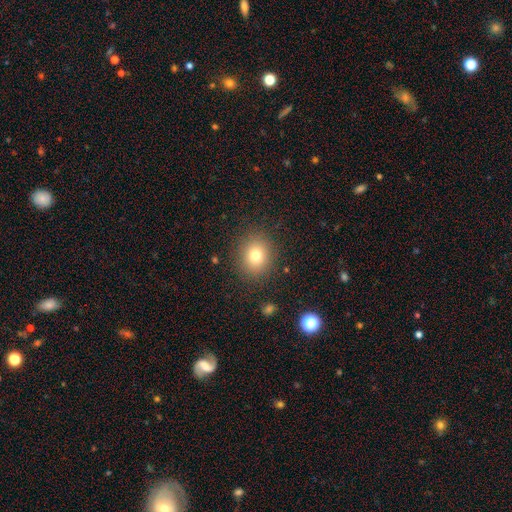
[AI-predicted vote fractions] smooth 77%, star or artifact 13%, featured or disk 10%. Down the decision tree: how rounded — round (72%); merging — none (87%).